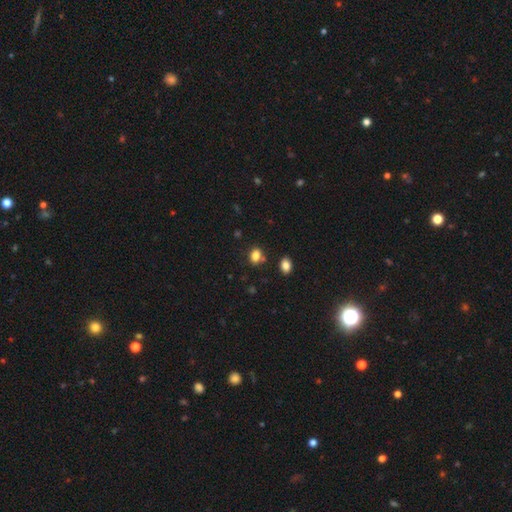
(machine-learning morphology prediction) Smooth or featured? Predicted: smooth (p=0.83). How rounded? Predicted: in between (p=0.68). Merging? Predicted: none (p=0.71).